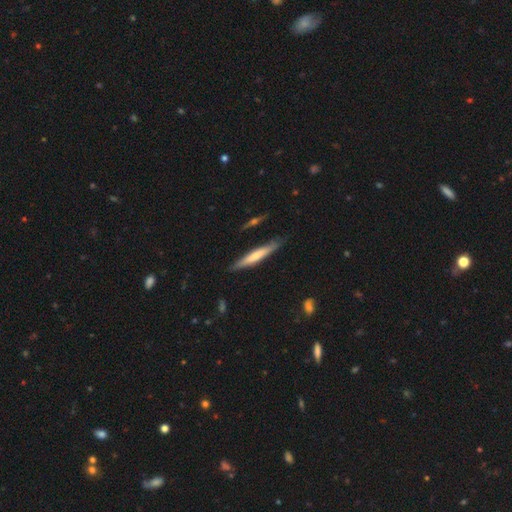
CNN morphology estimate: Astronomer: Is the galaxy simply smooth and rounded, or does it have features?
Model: smooth — 53% (runner-up: featured or disk, 41%).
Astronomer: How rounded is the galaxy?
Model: cigar-shaped — 93%.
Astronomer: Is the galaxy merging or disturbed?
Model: none — 80%.